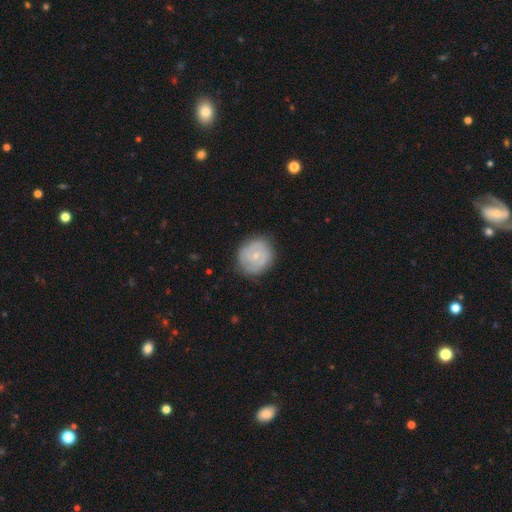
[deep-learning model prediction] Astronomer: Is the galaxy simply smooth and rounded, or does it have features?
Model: featured or disk — 54% (runner-up: smooth, 39%).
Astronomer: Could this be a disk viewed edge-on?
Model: no — 98%.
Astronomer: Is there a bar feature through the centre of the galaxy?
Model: no — 72%.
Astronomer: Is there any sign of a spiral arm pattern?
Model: yes — 67%.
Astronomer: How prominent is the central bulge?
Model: small — 70%.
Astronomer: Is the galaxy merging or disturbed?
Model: none — 78%.